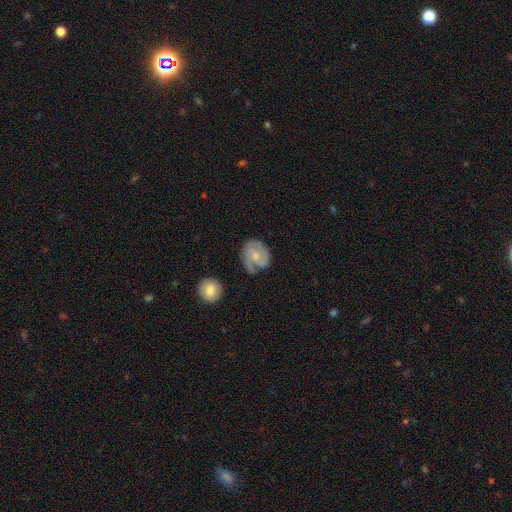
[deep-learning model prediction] Smooth or featured? Predicted: featured or disk (p=0.60). Edge-on disk? Predicted: no (p=0.97). Bar? Predicted: no (p=0.71). Spiral arms? Predicted: yes (p=0.86). Spiral winding? Predicted: tight (p=0.47). Spiral arm count? Predicted: 2 (p=0.37). Bulge size? Predicted: small (p=0.49). Merging? Predicted: none (p=0.56).